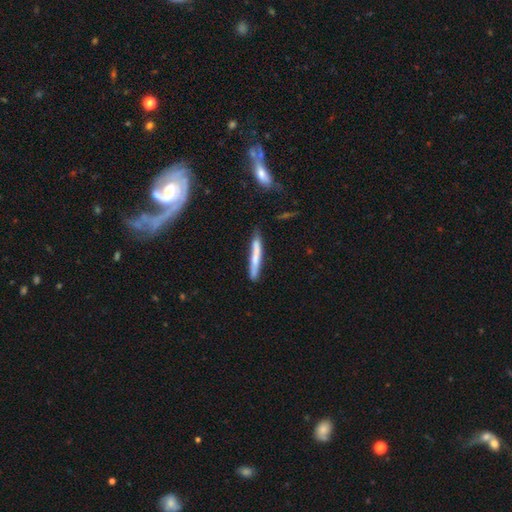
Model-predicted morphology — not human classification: This is likely a smooth galaxy (61%). How rounded: clearly cigar-shaped (95%). Merging: likely none (75%).